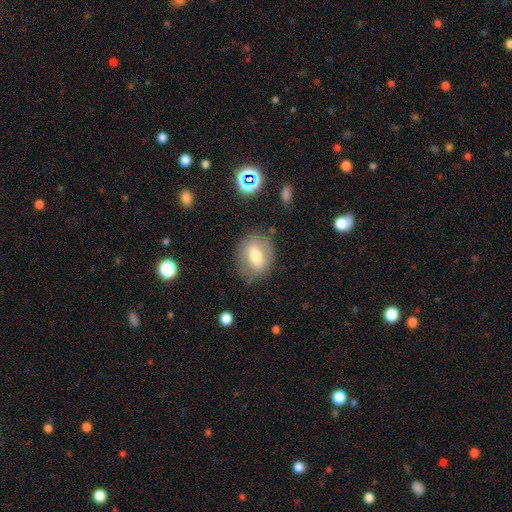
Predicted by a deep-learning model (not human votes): Smooth or featured? Predicted: smooth (p=0.56). How rounded? Predicted: in between (p=0.58). Merging? Predicted: none (p=0.74).